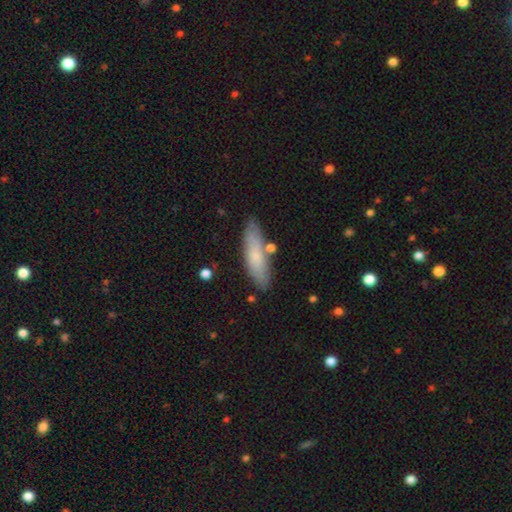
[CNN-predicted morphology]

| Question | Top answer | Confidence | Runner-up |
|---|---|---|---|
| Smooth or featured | smooth | 74% | featured or disk (20%) |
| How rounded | cigar-shaped | 66% | in between (32%) |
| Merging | none | 79% | minor disturbance (13%) |